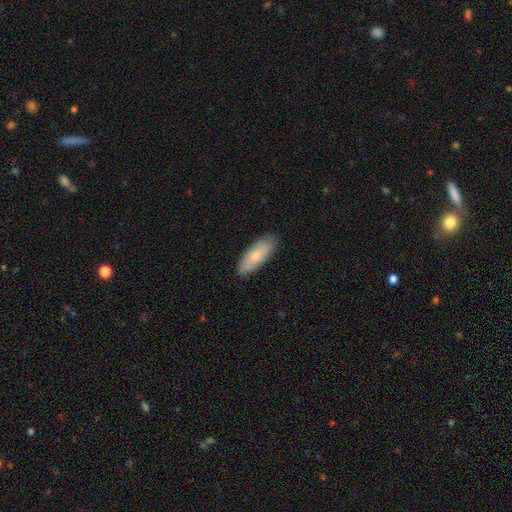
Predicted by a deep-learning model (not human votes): This appears to be a smooth galaxy with no disk features (80%) that is in between round and cigar-shaped (67%). Merging: none (87%).